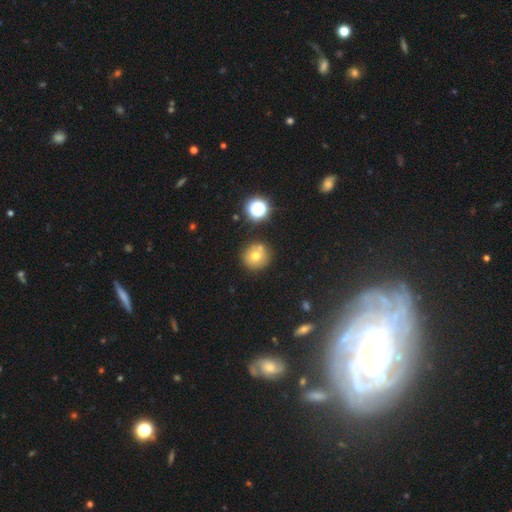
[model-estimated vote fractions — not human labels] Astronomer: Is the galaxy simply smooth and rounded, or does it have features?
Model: smooth — 69%.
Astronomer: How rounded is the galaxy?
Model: round — 93%.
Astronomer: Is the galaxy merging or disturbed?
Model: none — 71%.